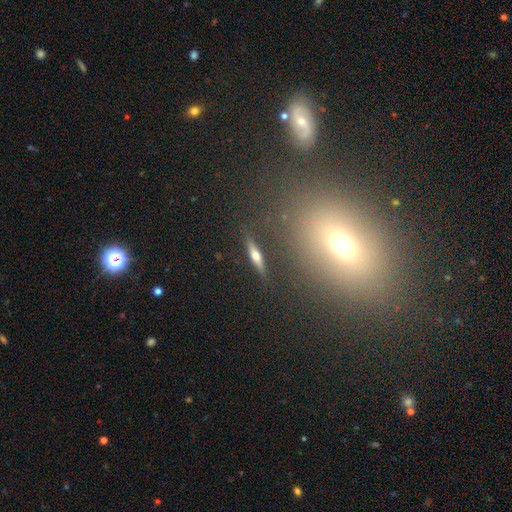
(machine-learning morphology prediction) The model was most divided on "smooth or featured": featured or disk: 48%, smooth: 43%, star or artifact: 9%. More confident: merging — none (86%).